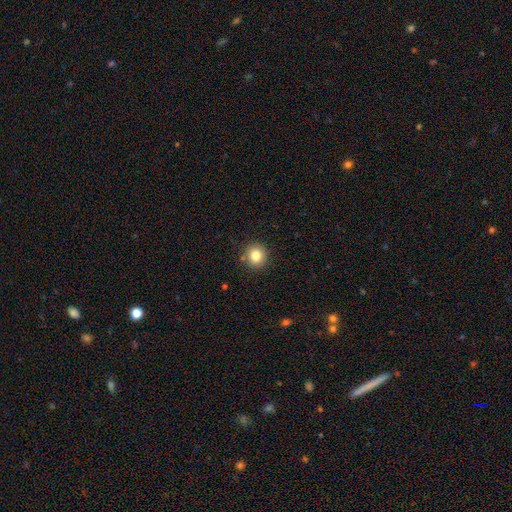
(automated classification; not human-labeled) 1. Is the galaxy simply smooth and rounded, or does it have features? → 81% smooth, 11% star or artifact, 7% featured or disk.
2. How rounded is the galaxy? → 91% round, 8% in between, 1% cigar-shaped.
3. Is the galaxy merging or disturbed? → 89% none, 7% minor disturbance, 2% merger, 2% major disturbance.